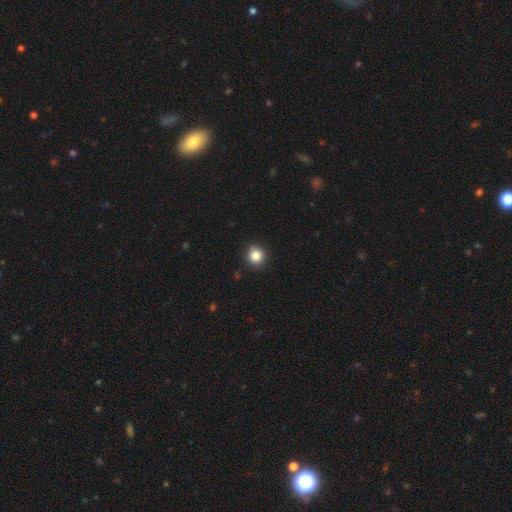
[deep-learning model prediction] Smooth or featured? Predicted: smooth (p=0.85). How rounded? Predicted: round (p=0.90). Merging? Predicted: none (p=0.88).